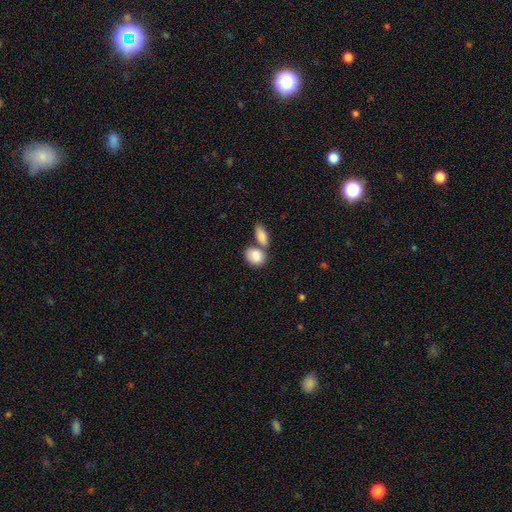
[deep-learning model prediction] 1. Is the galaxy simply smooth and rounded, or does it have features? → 86% smooth, 8% featured or disk, 6% star or artifact.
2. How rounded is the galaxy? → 67% in between, 31% round, 2% cigar-shaped.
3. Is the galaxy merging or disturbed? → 45% none, 40% merger, 11% minor disturbance, 4% major disturbance.